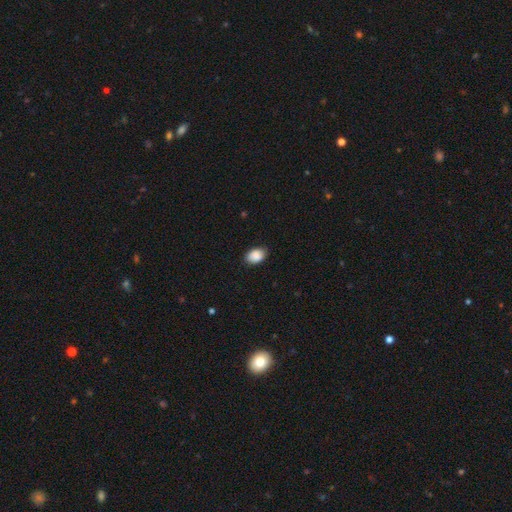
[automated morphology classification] Q: Smooth or featured?
A: smooth (89%); runner-up: star or artifact (7%)
Q: How rounded?
A: in between (81%); runner-up: round (17%)
Q: Merging?
A: none (81%); runner-up: minor disturbance (15%)